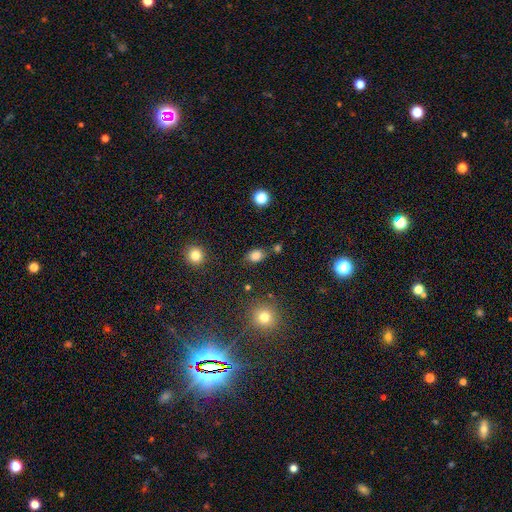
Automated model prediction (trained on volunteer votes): A smooth galaxy with no disk features (81%) that is in between round and cigar-shaped (73%).

Vote fractions:
- Smooth or featured? smooth: 81% / star or artifact: 12% / featured or disk: 7%
- How rounded? in between: 73% / round: 25% / cigar-shaped: 2%
- Merging? none: 72% / minor disturbance: 17% / merger: 6% / major disturbance: 5%